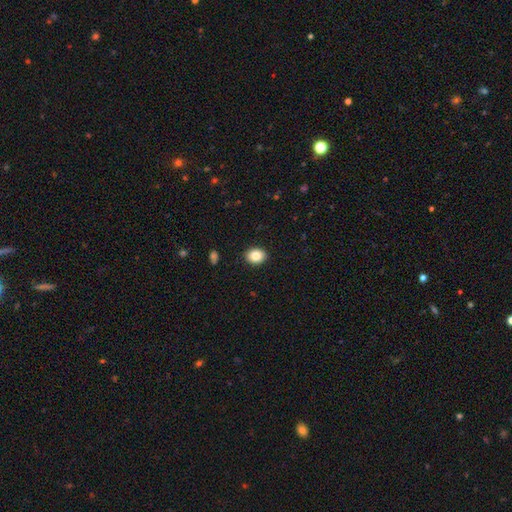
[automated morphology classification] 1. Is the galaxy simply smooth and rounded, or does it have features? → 84% smooth, 9% star or artifact, 7% featured or disk.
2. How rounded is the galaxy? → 51% round, 48% in between, 1% cigar-shaped.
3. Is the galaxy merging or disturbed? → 91% none, 6% minor disturbance, 2% major disturbance, 1% merger.